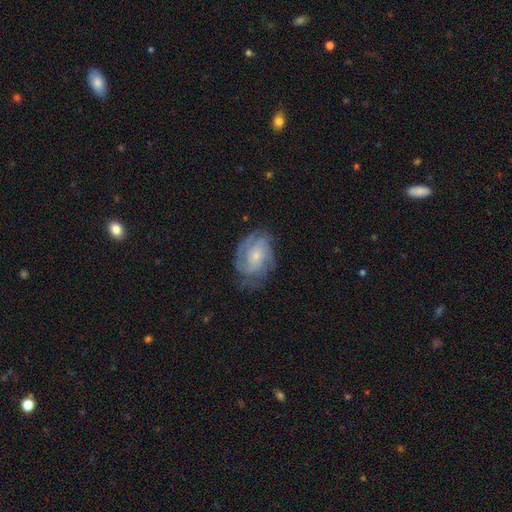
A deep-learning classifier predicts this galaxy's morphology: The model was most divided on "spiral arm count": can't tell: 28%, 3: 27%, 2: 26%, 4: 9%, 1: 5%, more than 4: 5%. More confident: edge-on disk — no (97%); spiral arms — yes (94%); smooth or featured — featured or disk (79%); bar — no (69%); merging — none (68%); bulge size — small (67%); spiral winding — tight (54%).